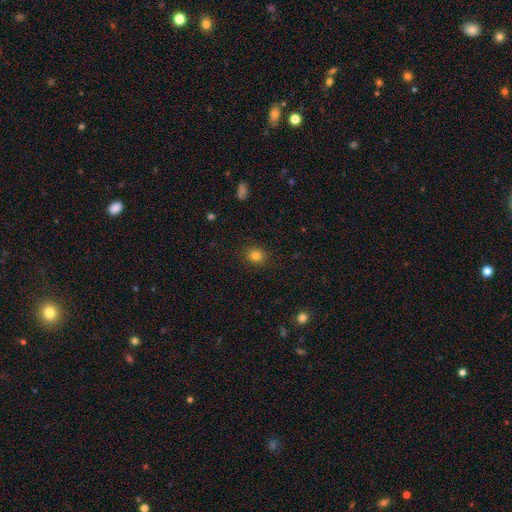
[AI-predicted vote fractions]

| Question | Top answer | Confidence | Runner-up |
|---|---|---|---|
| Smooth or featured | smooth | 81% | star or artifact (13%) |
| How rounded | round | 65% | in between (34%) |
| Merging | none | 88% | minor disturbance (8%) |